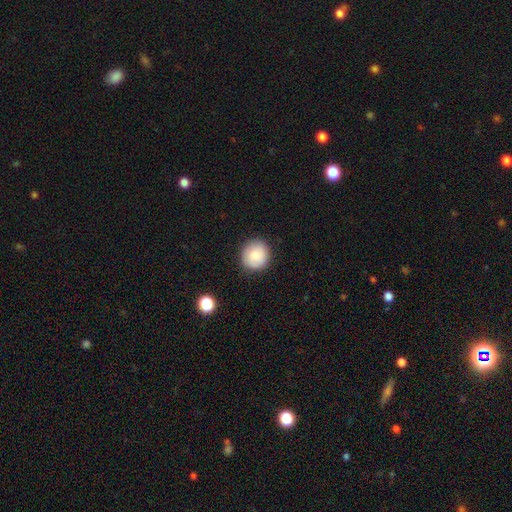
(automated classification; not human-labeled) Smooth or featured? Predicted: smooth (p=0.80). How rounded? Predicted: round (p=0.92). Merging? Predicted: none (p=0.88).